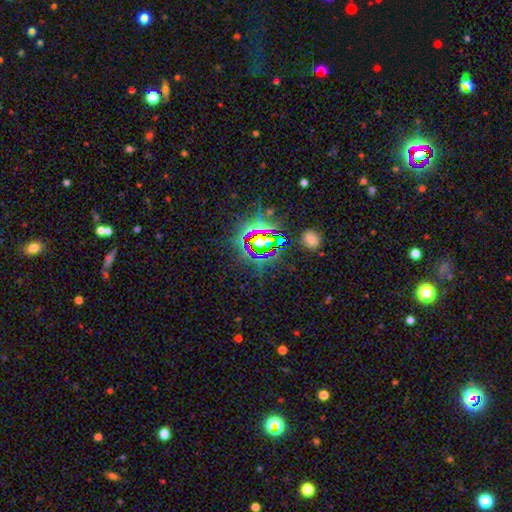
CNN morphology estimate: smooth_or_featured: star or artifact (p=0.78) [alt: featured or disk p=0.11]